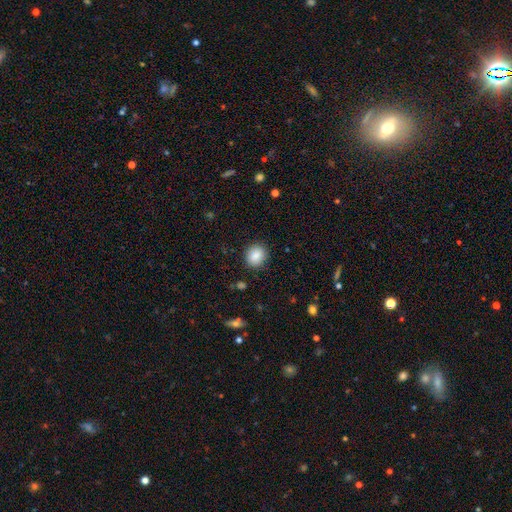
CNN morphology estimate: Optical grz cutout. It shows a smooth galaxy with no disk features (87%) that is round (68%). Merging: none (89%).